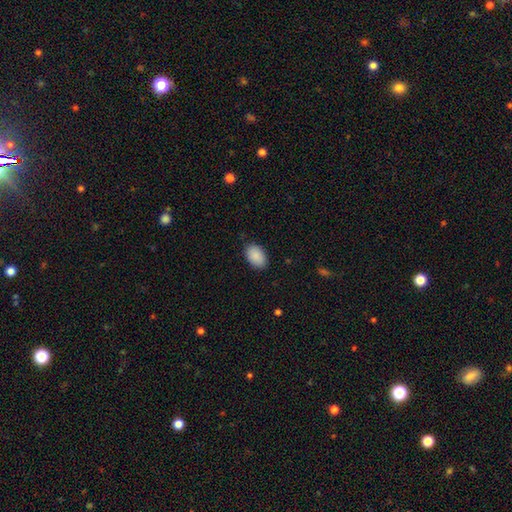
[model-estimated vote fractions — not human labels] A smooth galaxy with no disk features (90%) that is in between round and cigar-shaped (91%). Merging: none (85%).